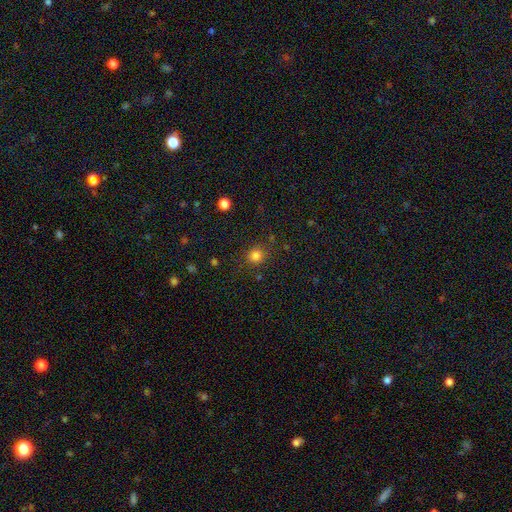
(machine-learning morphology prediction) A smooth galaxy with no disk features (82%) that is round (87%).

Vote fractions:
- Smooth or featured? smooth: 82% / star or artifact: 13% / featured or disk: 5%
- How rounded? round: 87% / in between: 12% / cigar-shaped: 1%
- Merging? none: 84% / minor disturbance: 10% / major disturbance: 4% / merger: 2%